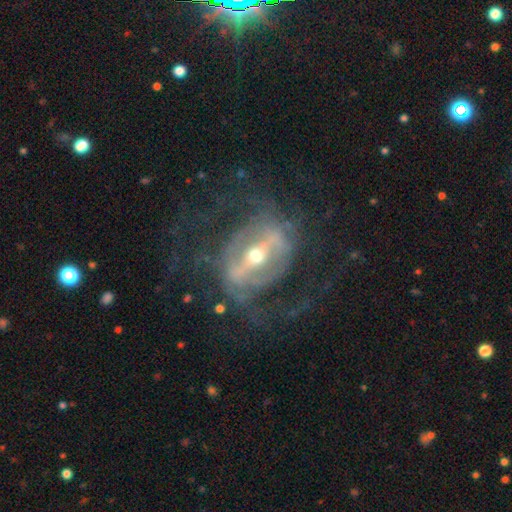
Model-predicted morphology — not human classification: featured or disk 88%, star or artifact 6%, smooth 5%. Down the decision tree: edge-on disk — no (92%); bar — strong (74%); spiral arms — yes (86%); spiral arm count — 2 (60%); spiral winding — medium (46%); bulge size — moderate (49%); merging — none (61%).